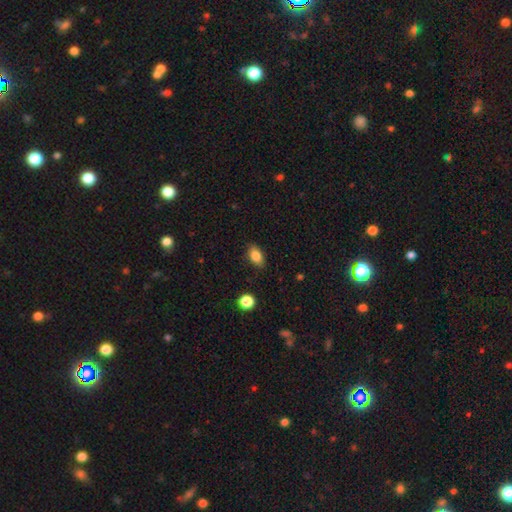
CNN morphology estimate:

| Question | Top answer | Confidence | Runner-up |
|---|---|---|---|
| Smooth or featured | smooth | 84% | star or artifact (9%) |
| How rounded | in between | 86% | round (12%) |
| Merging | none | 84% | minor disturbance (12%) |